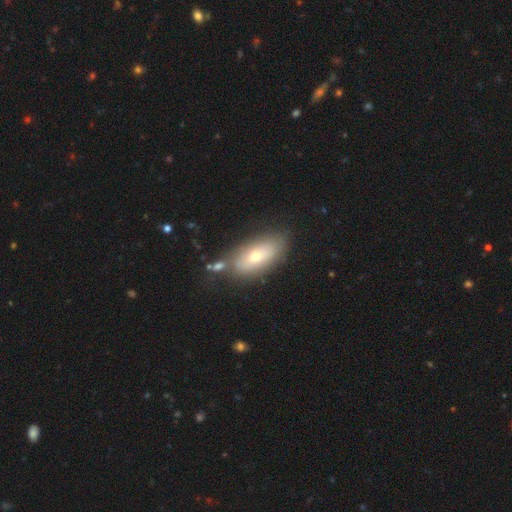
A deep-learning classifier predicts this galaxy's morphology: This is likely a smooth galaxy (60%). How rounded: clearly in between (87%). Merging: likely none (71%).